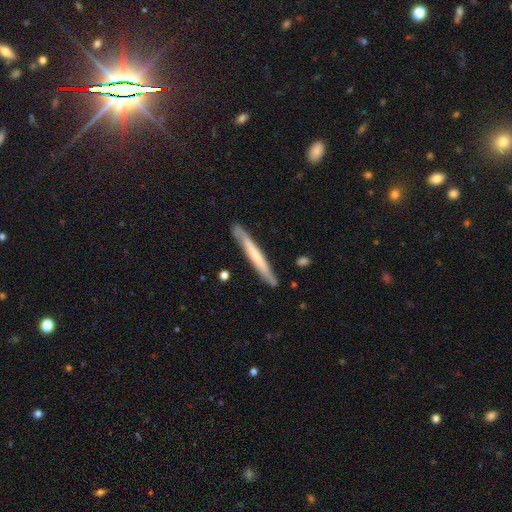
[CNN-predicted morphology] The model was most divided on "smooth or featured": smooth: 48%, featured or disk: 46%, star or artifact: 5%. More confident: merging — none (84%).